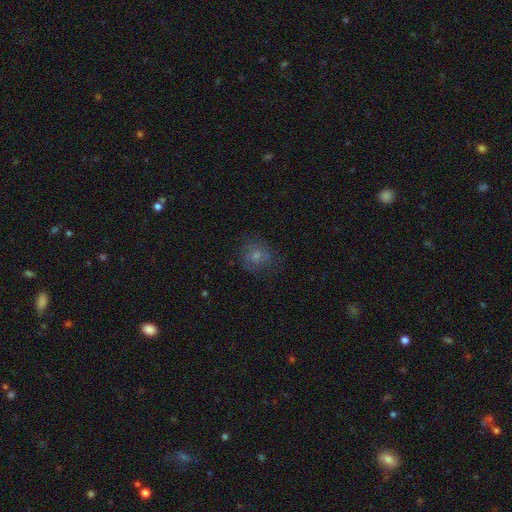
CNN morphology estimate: smooth-or-featured: smooth: 59% | star or artifact: 23% | featured or disk: 19%
  how-rounded: round: 81% | in between: 18% | cigar-shaped: 1%
  merging: none: 76% | minor disturbance: 15% | major disturbance: 7% | merger: 1%